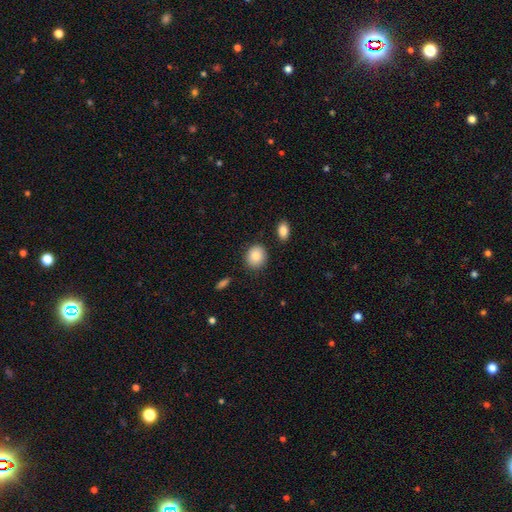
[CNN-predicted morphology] smooth 86%, star or artifact 7%, featured or disk 6%. Down the decision tree: how rounded — round (73%); merging — none (85%).